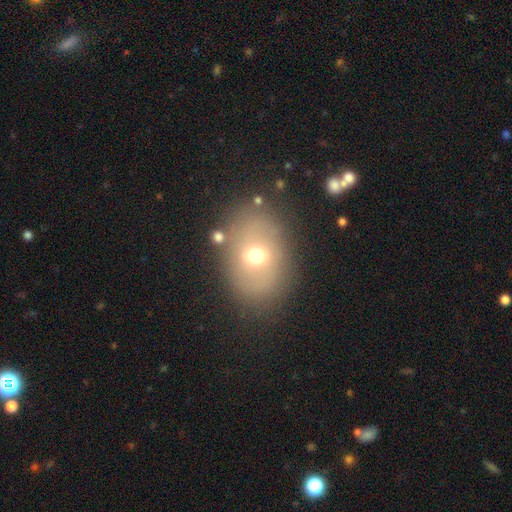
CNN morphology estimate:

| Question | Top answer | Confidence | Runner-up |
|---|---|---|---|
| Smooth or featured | smooth | 59% | featured or disk (28%) |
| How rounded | in between | 66% | round (32%) |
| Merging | none | 79% | minor disturbance (12%) |